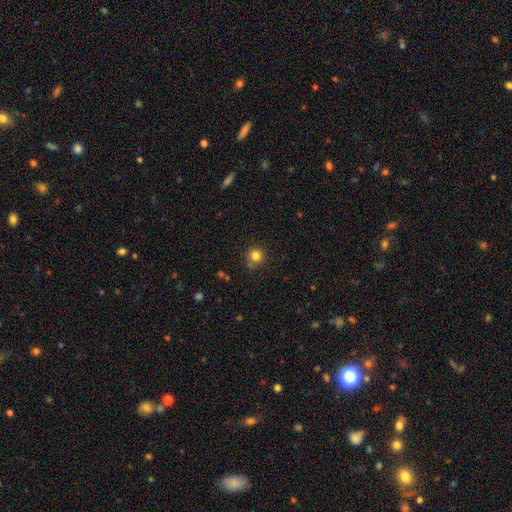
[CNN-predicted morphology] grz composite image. It shows a smooth galaxy with no disk features (82%) that is round (93%). Merging: none (82%).